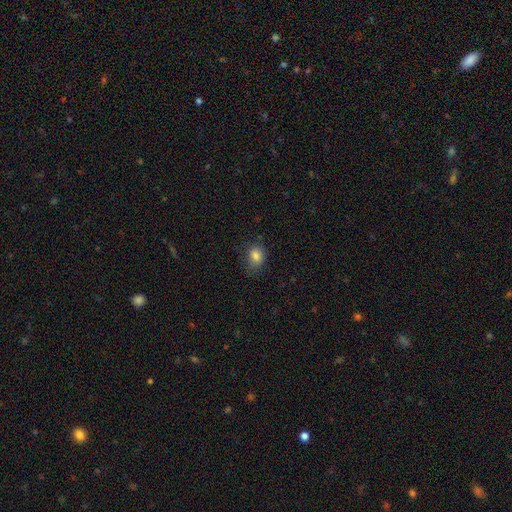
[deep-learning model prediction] A smooth galaxy with no disk features (82%) that is in between round and cigar-shaped (58%). Merging: none (71%).